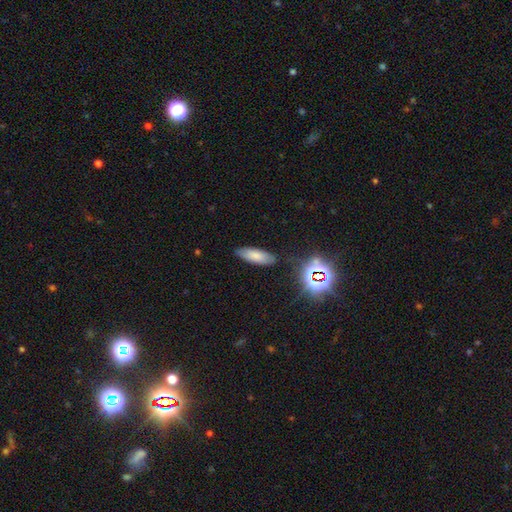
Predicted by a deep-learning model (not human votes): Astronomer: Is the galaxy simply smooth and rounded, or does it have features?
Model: smooth — 76%.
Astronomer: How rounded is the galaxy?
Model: in between — 65%.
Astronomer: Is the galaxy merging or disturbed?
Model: none — 82%.